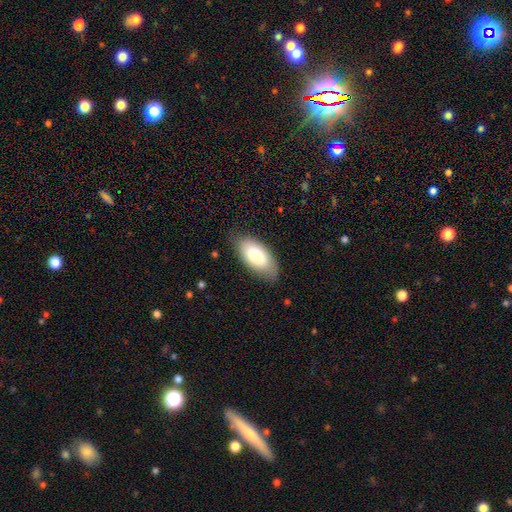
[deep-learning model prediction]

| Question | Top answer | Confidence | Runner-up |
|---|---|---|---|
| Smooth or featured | smooth | 76% | featured or disk (18%) |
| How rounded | in between | 93% | cigar-shaped (5%) |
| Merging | none | 76% | minor disturbance (18%) |